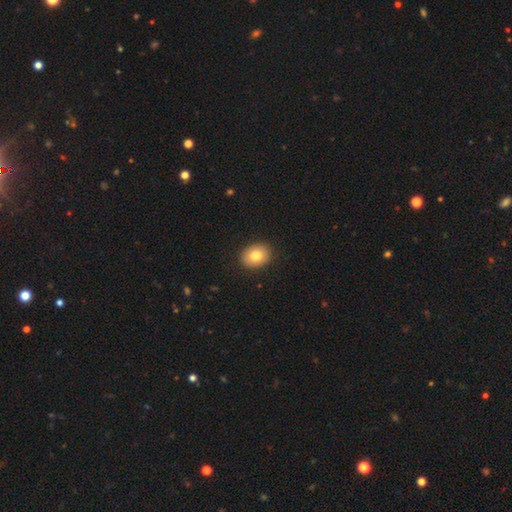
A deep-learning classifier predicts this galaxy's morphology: smooth-or-featured: smooth: 82% | featured or disk: 10% | star or artifact: 8%
  how-rounded: in between: 61% | round: 38% | cigar-shaped: 1%
  merging: none: 89% | minor disturbance: 8% | major disturbance: 2% | merger: 1%